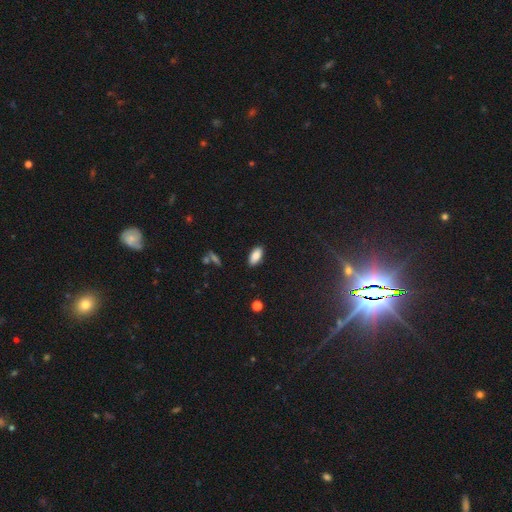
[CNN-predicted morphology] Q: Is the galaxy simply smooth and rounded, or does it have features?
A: smooth — 87%.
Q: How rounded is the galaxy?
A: in between — 90%.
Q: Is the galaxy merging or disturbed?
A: none — 88%.